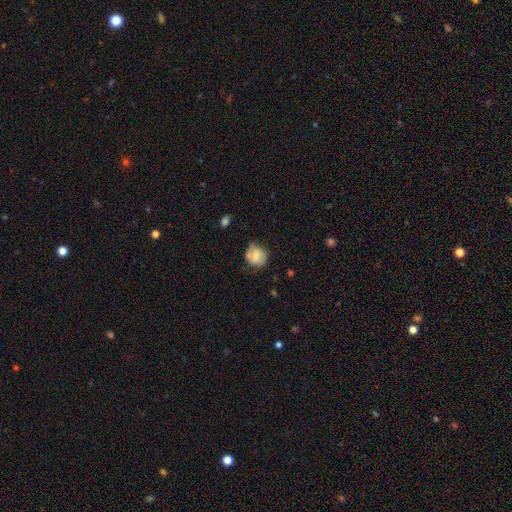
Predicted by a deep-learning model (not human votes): smooth_or_featured: smooth (p=0.65) [alt: featured or disk p=0.26]
how_rounded: round (p=0.68) [alt: in between p=0.31]
merging: none (p=0.52) [alt: minor disturbance p=0.30]